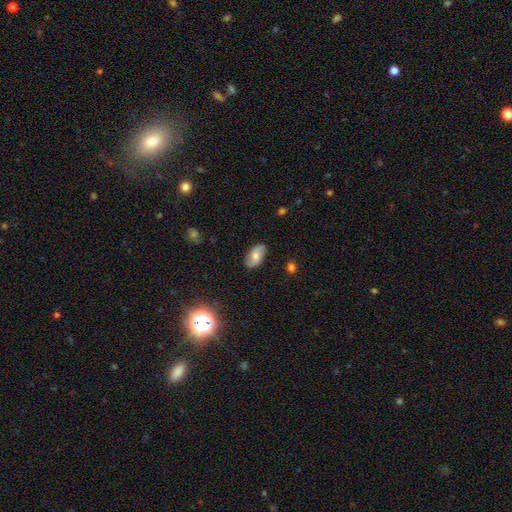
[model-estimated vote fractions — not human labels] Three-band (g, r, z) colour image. It shows a smooth galaxy with no disk features (57%) that is in between round and cigar-shaped (93%). Merging: none (83%).